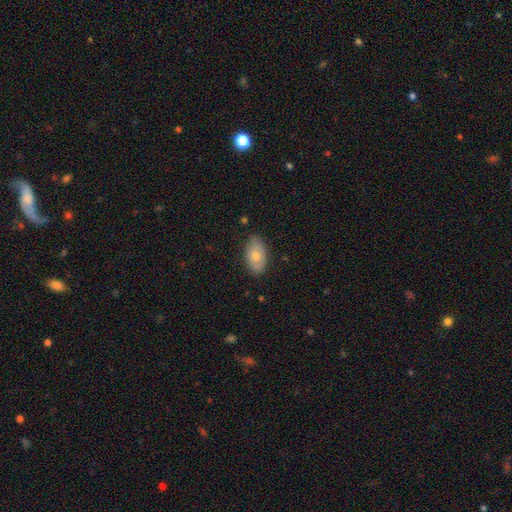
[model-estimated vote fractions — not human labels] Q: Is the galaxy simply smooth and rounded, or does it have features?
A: smooth — 67%.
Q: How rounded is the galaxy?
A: in between — 92%.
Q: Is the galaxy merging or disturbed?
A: none — 83%.